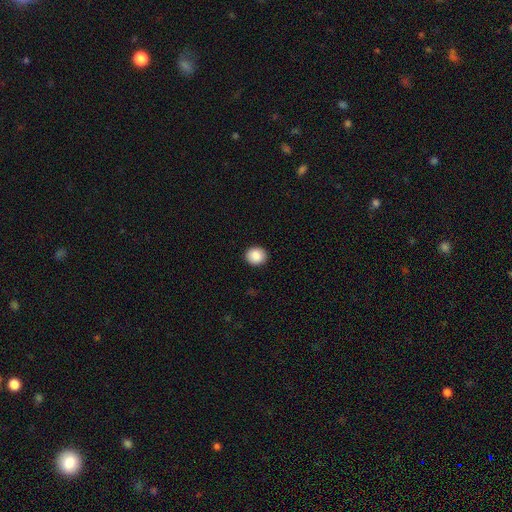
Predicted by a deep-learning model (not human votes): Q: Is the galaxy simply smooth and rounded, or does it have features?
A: smooth — 89%.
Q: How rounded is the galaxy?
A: round — 78%.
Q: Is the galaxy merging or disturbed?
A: none — 91%.